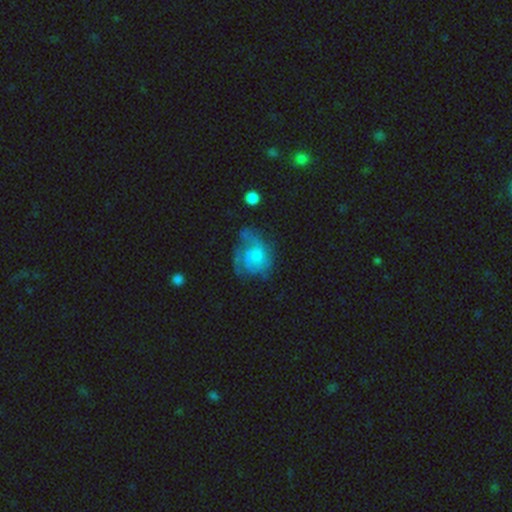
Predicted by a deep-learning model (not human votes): A featured or disk galaxy (71%) with no bar (76%), medium (42%) spiral arms (86%) and a small central bulge (45%). Merging: none (47%).